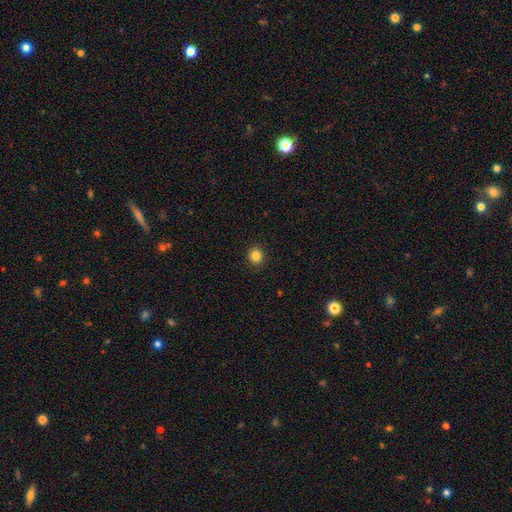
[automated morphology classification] smooth 84%, star or artifact 12%, featured or disk 5%. Down the decision tree: how rounded — round (89%); merging — none (93%).